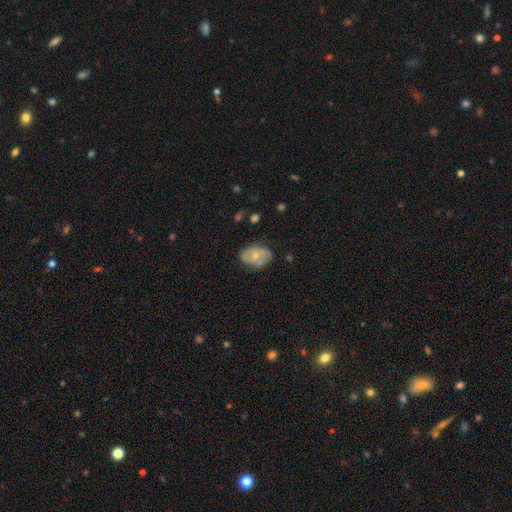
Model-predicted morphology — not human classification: Smooth or featured? Predicted: smooth (p=0.56). How rounded? Predicted: in between (p=0.82). Merging? Predicted: none (p=0.65).